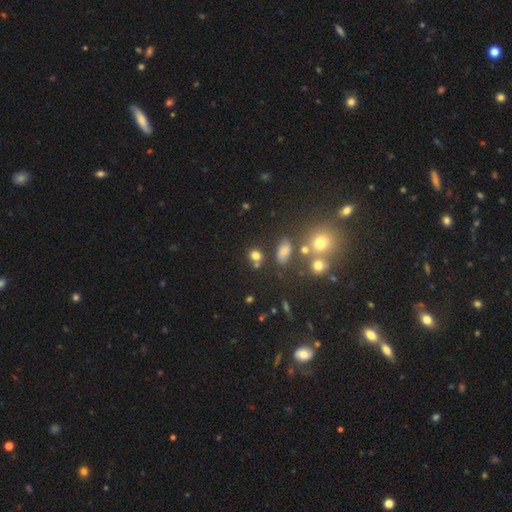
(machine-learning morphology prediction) smooth 74%, star or artifact 18%, featured or disk 8%. Down the decision tree: how rounded — round (61%); merging — none (65%).